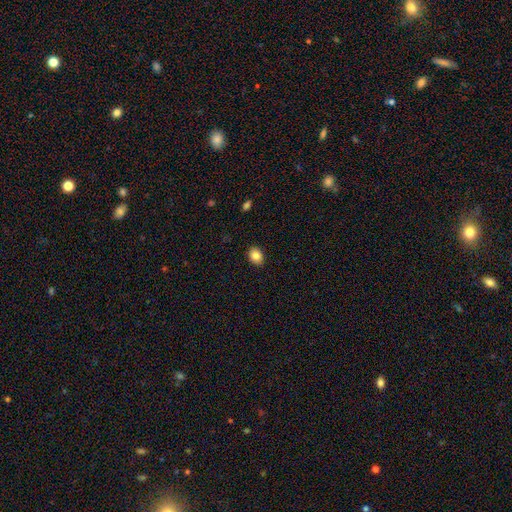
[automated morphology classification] A smooth galaxy with no disk features (86%) that is in between round and cigar-shaped (63%). Merging: none (87%).